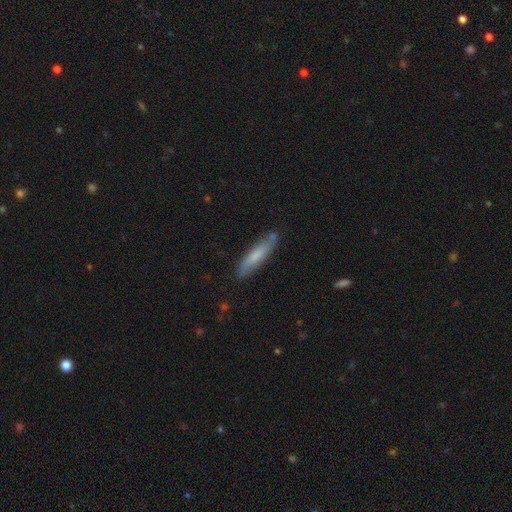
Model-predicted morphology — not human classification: type=smooth (68%); roundness=cigar-shaped (83%); merging=none (78%).